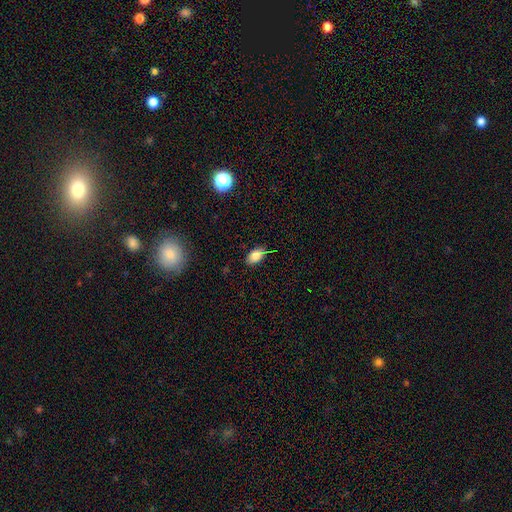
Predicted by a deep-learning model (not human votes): This appears to be a smooth galaxy with no disk features (83%) that is in between round and cigar-shaped (88%). Merging: none (73%).